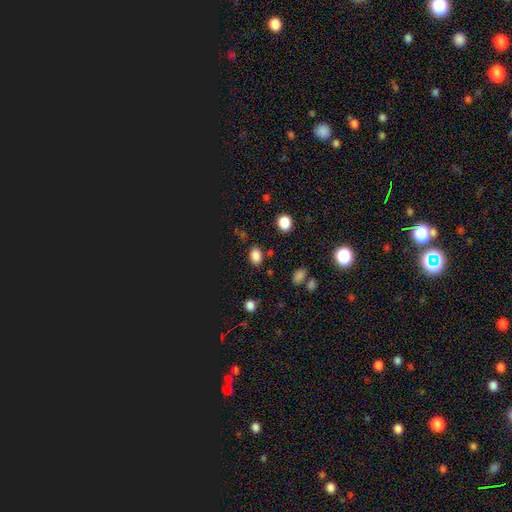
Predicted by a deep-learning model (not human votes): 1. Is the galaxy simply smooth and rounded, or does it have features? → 82% smooth, 14% star or artifact, 4% featured or disk.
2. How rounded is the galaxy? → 76% in between, 23% round, 1% cigar-shaped.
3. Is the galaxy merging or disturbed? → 82% none, 12% minor disturbance, 3% merger, 3% major disturbance.